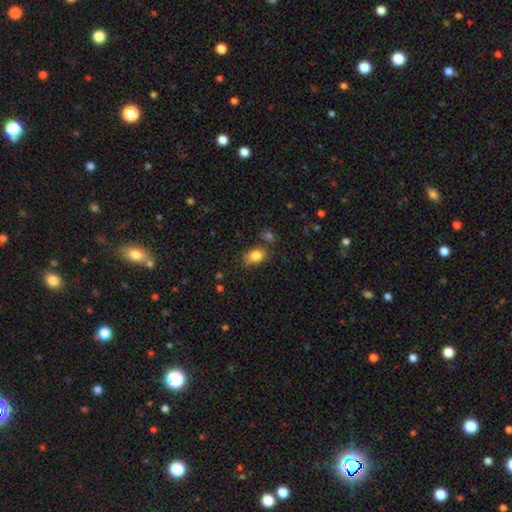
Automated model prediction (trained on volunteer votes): Overall: smooth (85%). How rounded: in between (74%). Merging: none (71%).